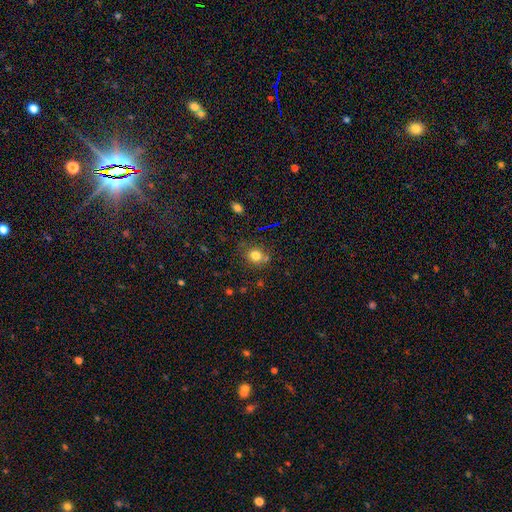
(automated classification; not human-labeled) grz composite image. It shows a smooth galaxy with no disk features (78%) that is round (64%). Merging: none (66%).